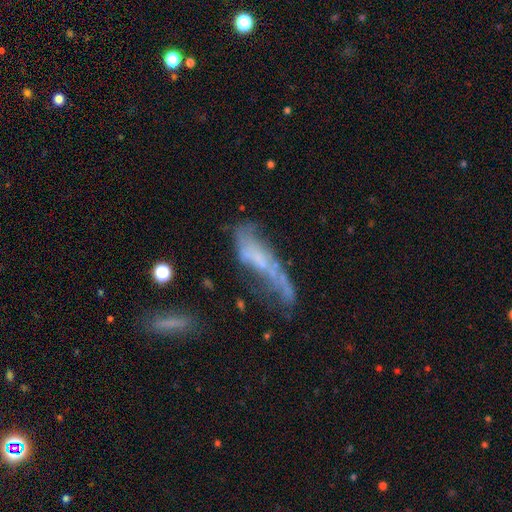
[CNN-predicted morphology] A featured or disk galaxy (52%). Merging: major disturbance (36%).